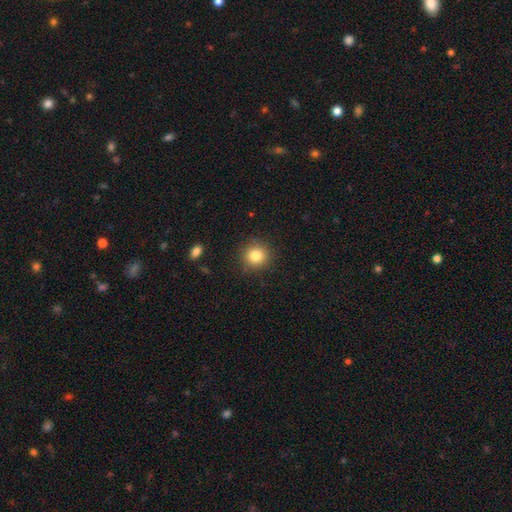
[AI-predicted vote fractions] The model was most divided on "smooth or featured": smooth: 82%, star or artifact: 11%, featured or disk: 7%. More confident: how rounded — round (92%); merging — none (89%).